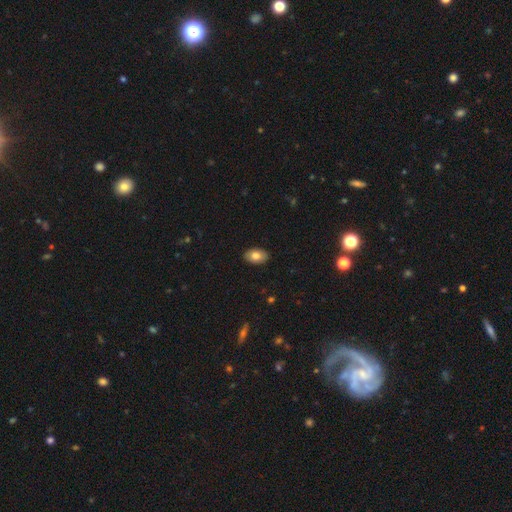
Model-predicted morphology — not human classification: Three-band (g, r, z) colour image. It shows a smooth galaxy with no disk features (80%) that is in between round and cigar-shaped (92%). Merging: none (89%).